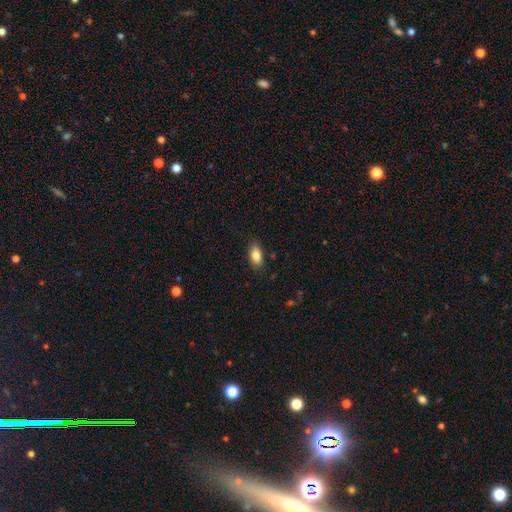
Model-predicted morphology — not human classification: This is clearly a smooth galaxy (84%). How rounded: clearly in between (90%). Merging: clearly none (86%).